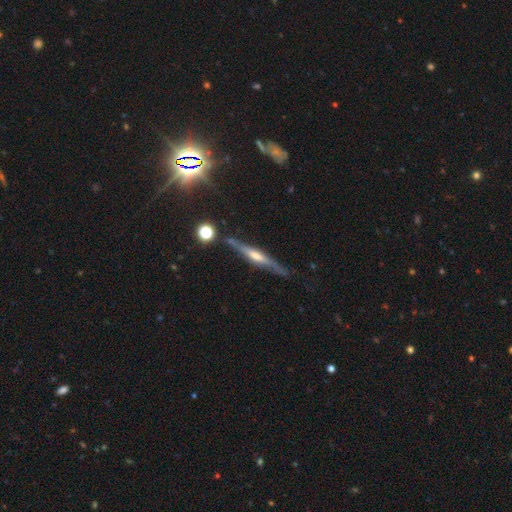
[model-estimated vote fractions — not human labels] Morphology: type=featured or disk (76%); edge-on=yes (96%); edge-on bulge=rounded (71%); merging=none (82%).